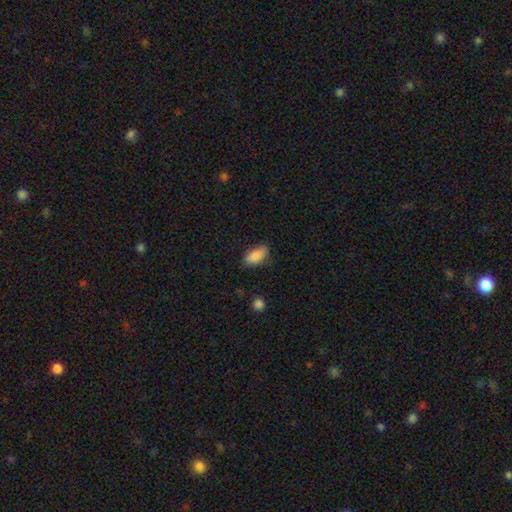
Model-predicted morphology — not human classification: smooth-or-featured: smooth: 86% | featured or disk: 7% | star or artifact: 7%
  how-rounded: in between: 87% | cigar-shaped: 10% | round: 3%
  merging: none: 80% | minor disturbance: 16% | major disturbance: 3% | merger: 1%